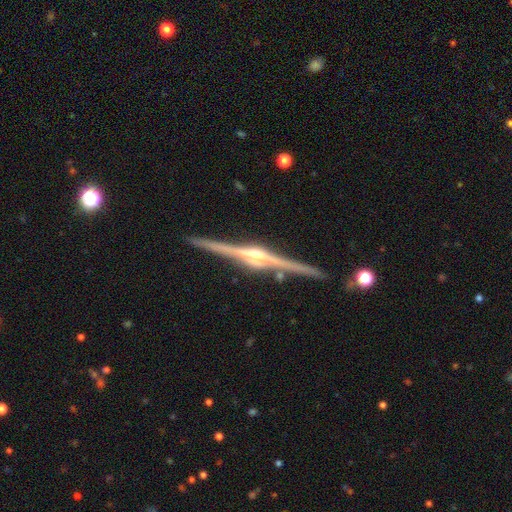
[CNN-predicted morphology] Smooth or featured? featured or disk (90%)
Edge-on disk? yes (99%)
Edge-on bulge? rounded (89%)
Merging? none (89%)